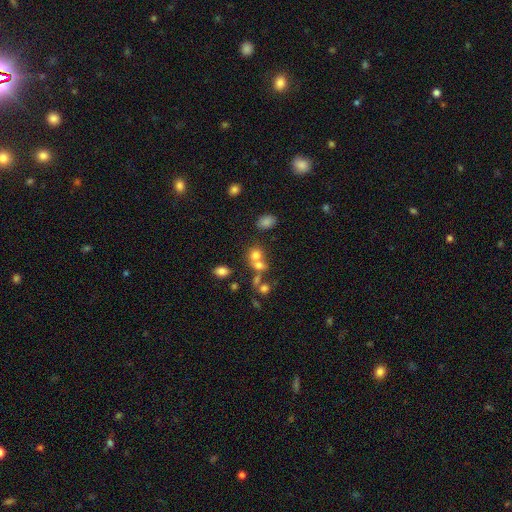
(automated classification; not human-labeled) The model was most divided on "merging": merger: 49%, none: 37%, minor disturbance: 8%, major disturbance: 5%. More confident: how rounded — round (70%); smooth or featured — smooth (68%).